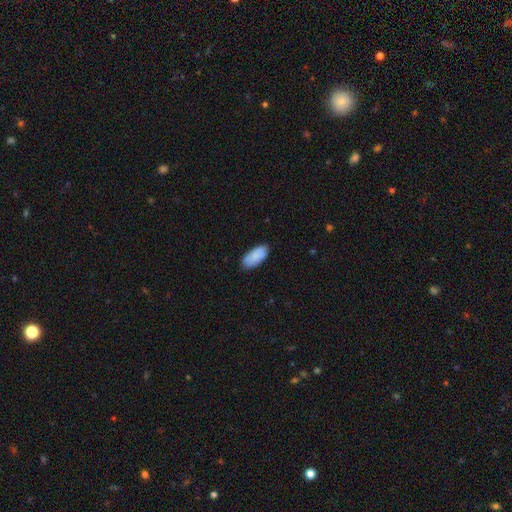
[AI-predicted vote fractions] This is clearly a smooth galaxy (86%). How rounded: clearly in between (92%). Merging: clearly none (82%).